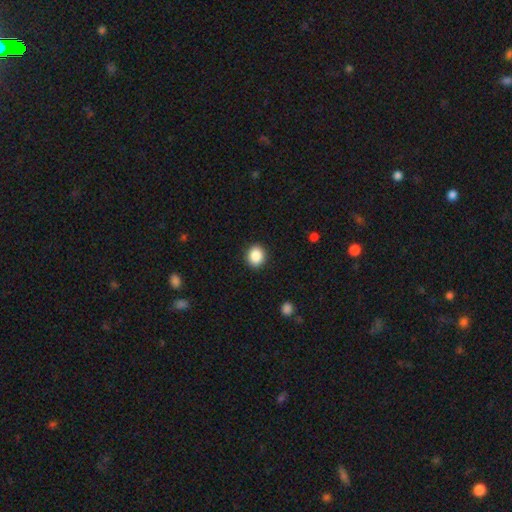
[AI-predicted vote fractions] smooth_or_featured: smooth (p=0.88) [alt: star or artifact p=0.09]
how_rounded: round (p=0.77) [alt: in between p=0.22]
merging: none (p=0.91) [alt: minor disturbance p=0.06]